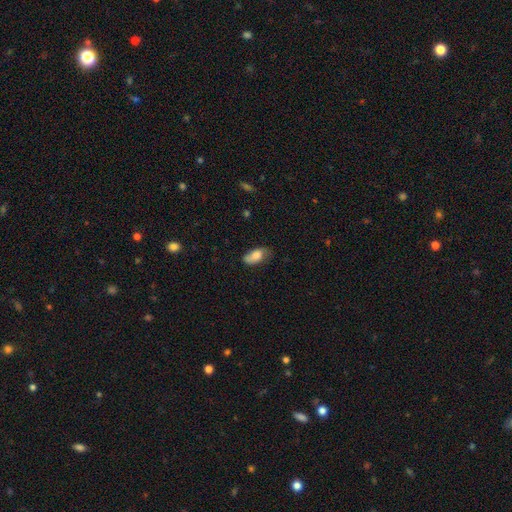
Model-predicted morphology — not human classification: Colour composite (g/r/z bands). It shows a smooth galaxy with no disk features (71%) that is in between round and cigar-shaped (90%). Merging: none (59%).